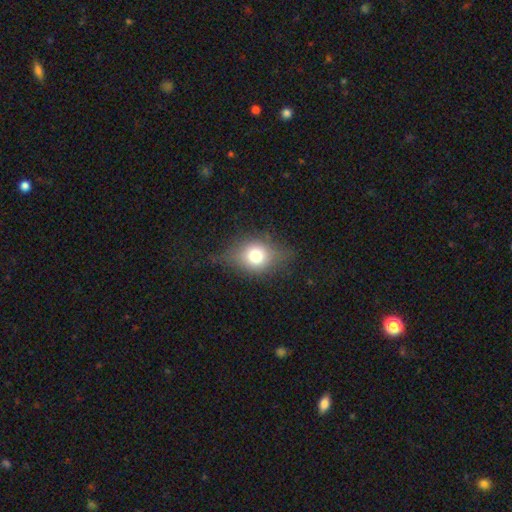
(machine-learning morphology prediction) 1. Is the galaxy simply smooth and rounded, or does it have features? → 66% smooth, 21% featured or disk, 13% star or artifact.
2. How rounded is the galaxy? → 51% round, 46% in between, 3% cigar-shaped.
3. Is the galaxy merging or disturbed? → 66% none, 23% minor disturbance, 10% major disturbance, 1% merger.